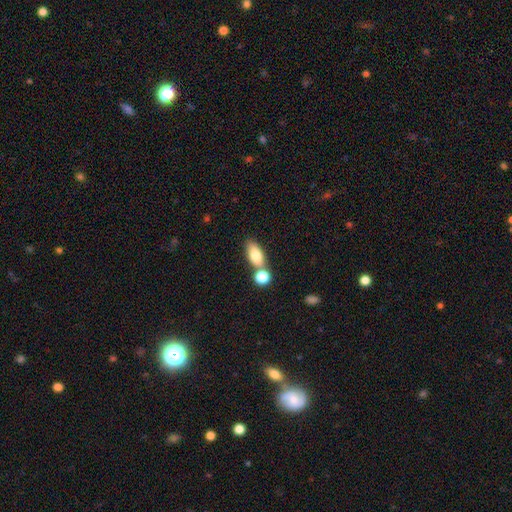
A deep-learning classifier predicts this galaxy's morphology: This appears to be a smooth galaxy with no disk features (79%) that is in between round and cigar-shaped (82%). Merging: none (52%).